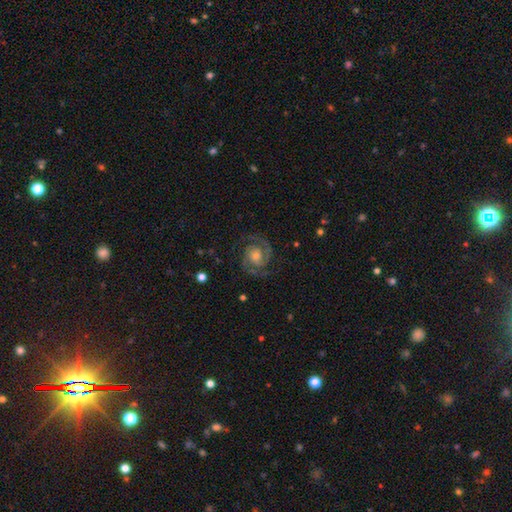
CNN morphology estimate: A featured or disk galaxy (89%) with no bar (62%), 2 (93%) medium (48%) spiral arms (98%) and a moderate central bulge (57%).

Vote fractions:
- Smooth or featured? featured or disk: 89% / star or artifact: 5% / smooth: 5%
- Edge-on disk? no: 98% / yes: 2%
- Bar? no: 62% / weak: 31% / strong: 8%
- Spiral arms? yes: 98% / no: 2%
- Spiral winding? medium: 48% / tight: 45% / loose: 7%
- Spiral arm count? 2: 93% / 3: 2% / can't tell: 2% / 1: 1% / 4: 1% / more than 4: 1%
- Bulge size? moderate: 57% / small: 27% / large: 10% / none: 5% / dominant: 2%
- Merging? none: 83% / minor disturbance: 11% / major disturbance: 5% / merger: 1%